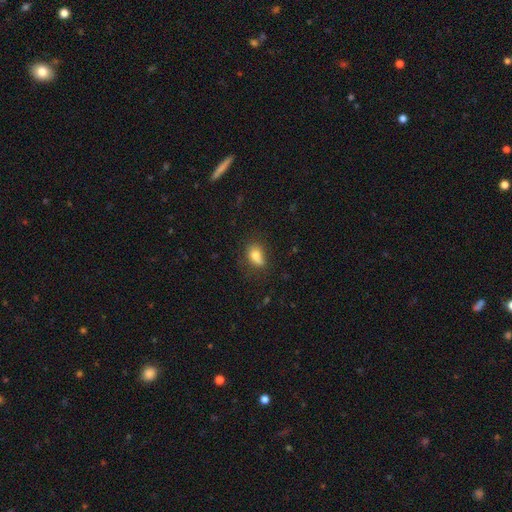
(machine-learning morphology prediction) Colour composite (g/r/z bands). It shows a smooth galaxy with no disk features (80%) that is in between round and cigar-shaped (75%). Merging: none (56%).